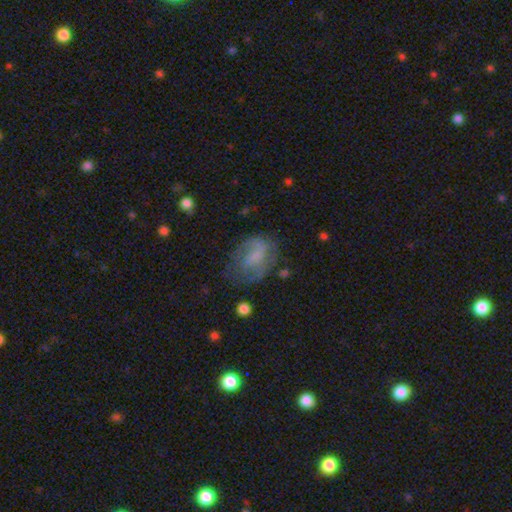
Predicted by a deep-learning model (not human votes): A smooth galaxy with no disk features (50%).

Vote fractions:
- Smooth or featured? smooth: 50% / featured or disk: 41% / star or artifact: 10%
- Merging? none: 48% / minor disturbance: 27% / major disturbance: 23% / merger: 3%